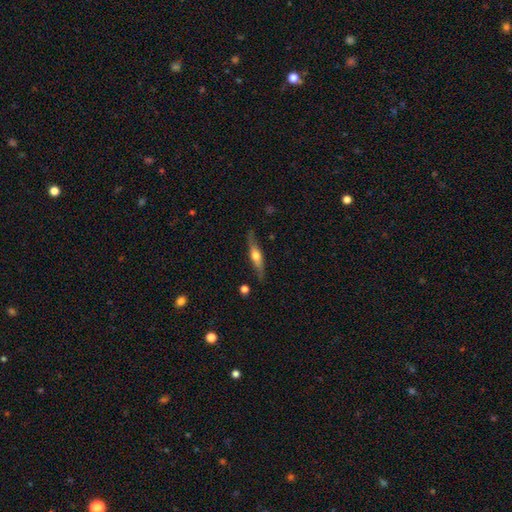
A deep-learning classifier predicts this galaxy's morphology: Overall: featured or disk (55%; smooth 40%). Edge-on disk: yes (89%). Merging: none (81%).